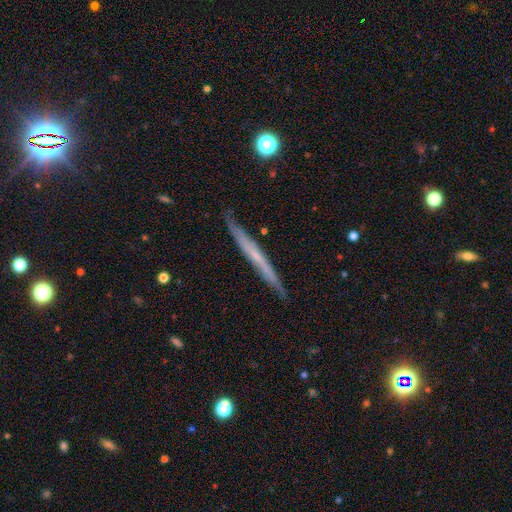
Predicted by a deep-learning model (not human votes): Q: Smooth or featured?
A: featured or disk (59%); runner-up: smooth (34%)
Q: Edge-on disk?
A: yes (94%); runner-up: no (6%)
Q: Edge-on bulge?
A: none (78%); runner-up: rounded (18%)
Q: Merging?
A: none (86%); runner-up: minor disturbance (11%)